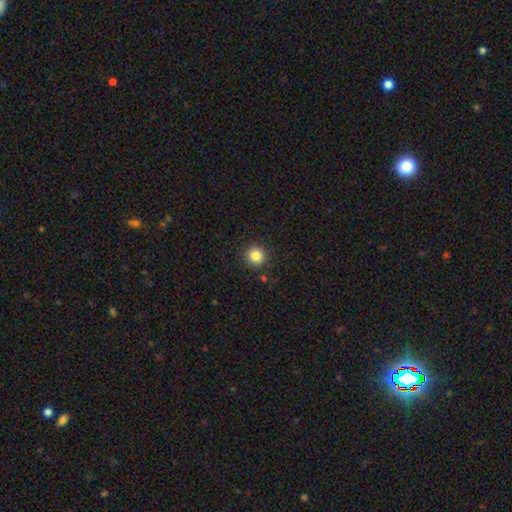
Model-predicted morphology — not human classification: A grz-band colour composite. It shows a smooth galaxy with no disk features (84%) that is round (94%). Merging: none (90%).